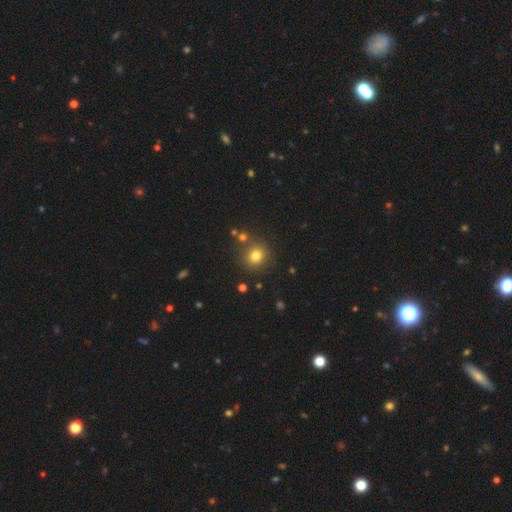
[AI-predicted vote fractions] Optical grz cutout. It shows a smooth galaxy with no disk features (78%) that is round (87%). Merging: none (81%).